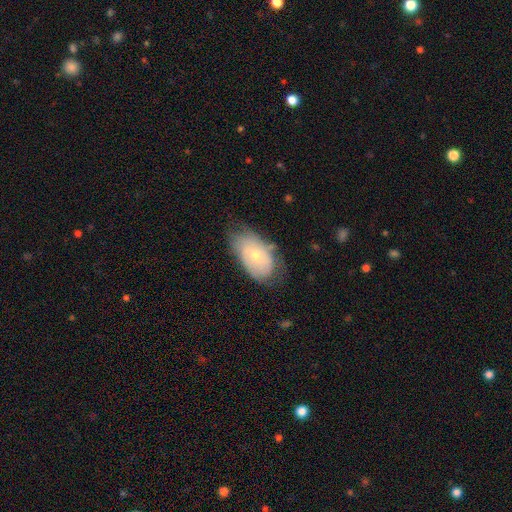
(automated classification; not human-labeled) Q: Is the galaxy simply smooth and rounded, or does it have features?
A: smooth — 47%.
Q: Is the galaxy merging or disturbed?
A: none — 56%.